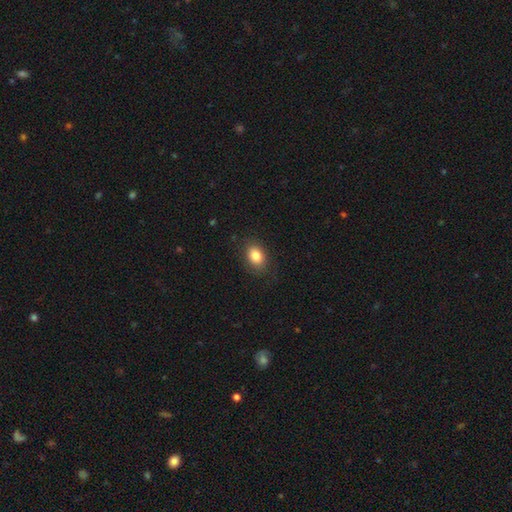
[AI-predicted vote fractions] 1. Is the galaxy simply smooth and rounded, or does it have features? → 84% smooth, 9% star or artifact, 8% featured or disk.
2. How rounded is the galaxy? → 76% in between, 23% round, 1% cigar-shaped.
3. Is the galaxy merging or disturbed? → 84% none, 12% minor disturbance, 3% major disturbance, 1% merger.